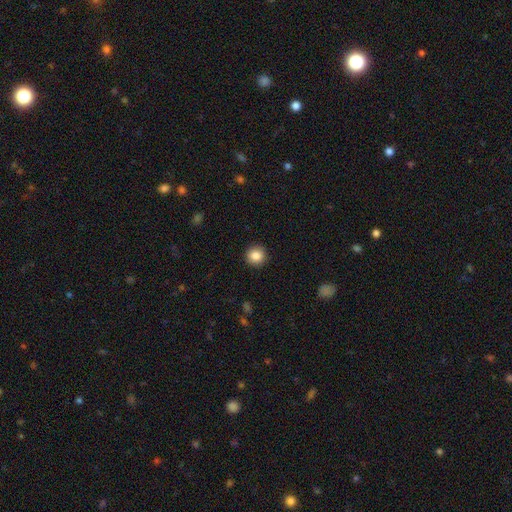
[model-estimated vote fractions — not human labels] Morphology: type=smooth (86%); roundness=round (93%); merging=none (92%).